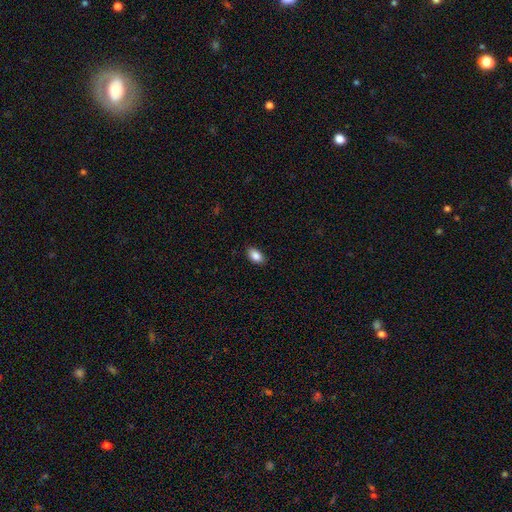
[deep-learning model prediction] A smooth galaxy with no disk features (87%) that is in between round and cigar-shaped (91%).

Vote fractions:
- Smooth or featured? smooth: 87% / star or artifact: 8% / featured or disk: 5%
- How rounded? in between: 91% / round: 6% / cigar-shaped: 2%
- Merging? none: 87% / minor disturbance: 10% / major disturbance: 2% / merger: 1%